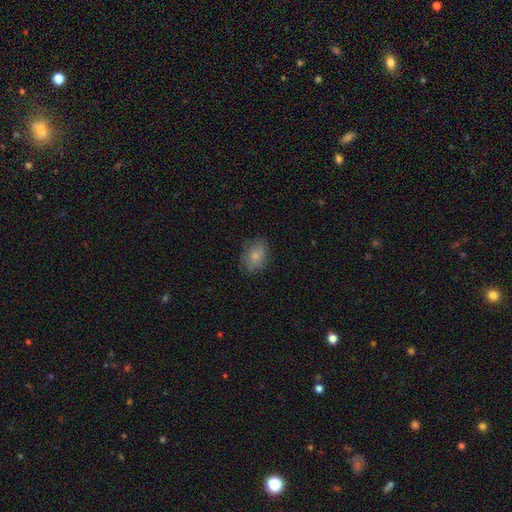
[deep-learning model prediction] smooth-or-featured: smooth: 77% | featured or disk: 15% | star or artifact: 8%
  how-rounded: in between: 69% | round: 29% | cigar-shaped: 1%
  merging: none: 77% | minor disturbance: 17% | major disturbance: 5% | merger: 1%